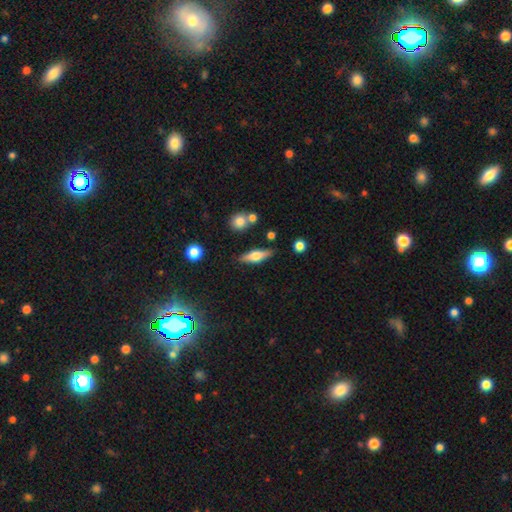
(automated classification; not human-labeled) This appears to be a smooth galaxy with no disk features (49%). Merging: none (80%).